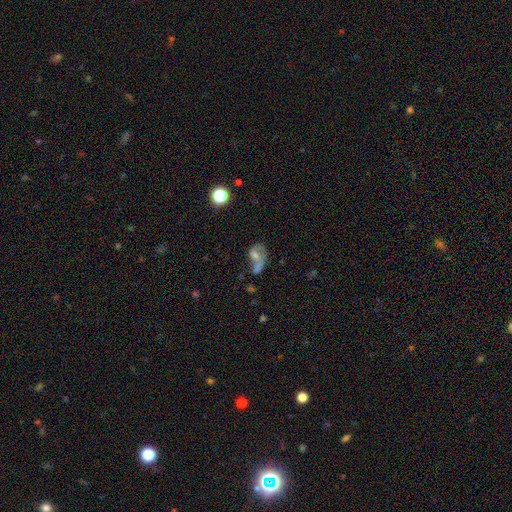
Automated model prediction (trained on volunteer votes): The model was most divided on "smooth or featured": featured or disk: 43%, smooth: 42%, star or artifact: 15%. Remaining: merging — merger (33%).